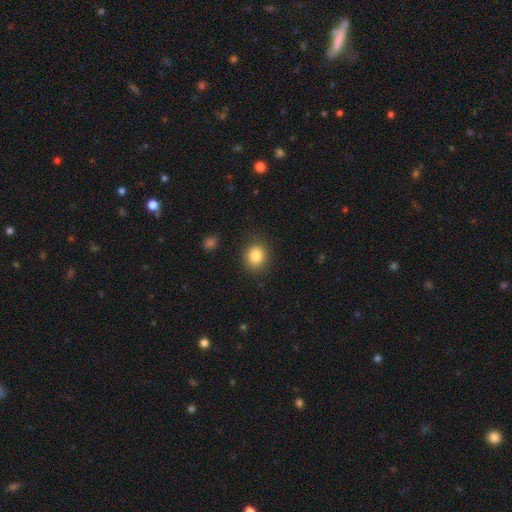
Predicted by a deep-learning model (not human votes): A smooth galaxy with no disk features (85%) that is round (77%).

Vote fractions:
- Smooth or featured? smooth: 85% / star or artifact: 10% / featured or disk: 6%
- How rounded? round: 77% / in between: 22% / cigar-shaped: 1%
- Merging? none: 87% / minor disturbance: 9% / major disturbance: 3% / merger: 1%